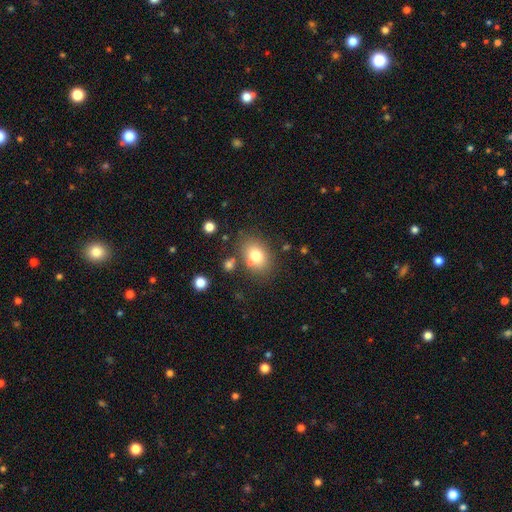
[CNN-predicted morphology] Smooth or featured? Predicted: smooth (p=0.76). How rounded? Predicted: in between (p=0.71). Merging? Predicted: none (p=0.73).